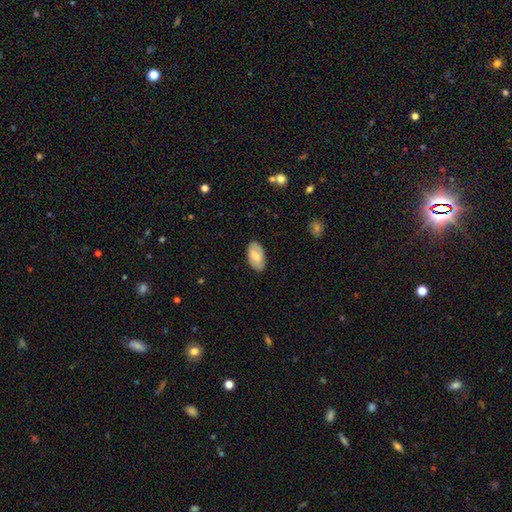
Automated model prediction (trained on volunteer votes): smooth-or-featured: smooth: 59% | featured or disk: 34% | star or artifact: 6%
  how-rounded: in between: 94% | round: 4% | cigar-shaped: 2%
  merging: none: 83% | minor disturbance: 13% | major disturbance: 3% | merger: 1%